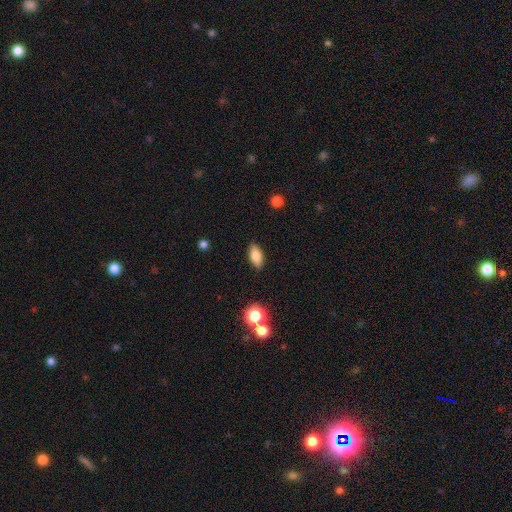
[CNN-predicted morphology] Smooth or featured? smooth (82%)
How rounded? in between (86%)
Merging? none (88%)